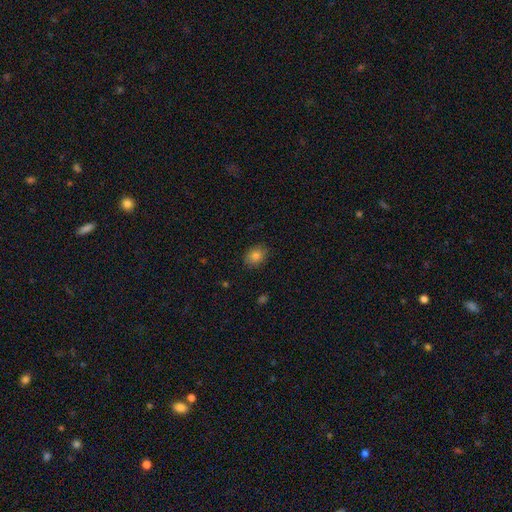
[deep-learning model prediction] Q: Smooth or featured?
A: smooth (82%); runner-up: star or artifact (10%)
Q: How rounded?
A: in between (62%); runner-up: round (37%)
Q: Merging?
A: none (85%); runner-up: minor disturbance (11%)